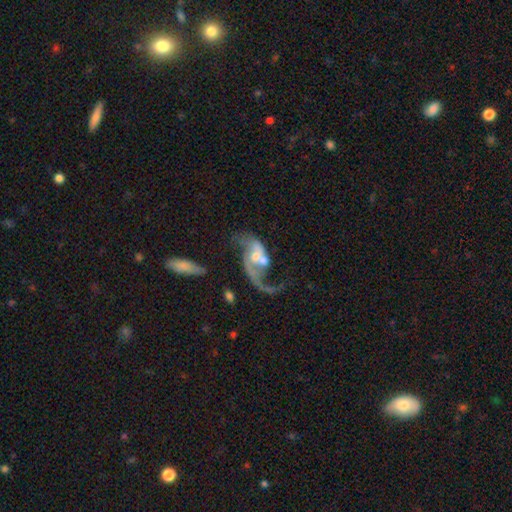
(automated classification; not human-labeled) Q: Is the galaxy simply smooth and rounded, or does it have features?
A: featured or disk — 81%.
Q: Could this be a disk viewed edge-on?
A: no — 96%.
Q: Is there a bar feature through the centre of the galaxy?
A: no — 54%.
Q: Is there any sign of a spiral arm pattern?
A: yes — 87%.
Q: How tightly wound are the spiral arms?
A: loose — 77%.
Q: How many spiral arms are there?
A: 2 — 66%.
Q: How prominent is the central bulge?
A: moderate — 50%.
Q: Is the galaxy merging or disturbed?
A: merger — 36%.